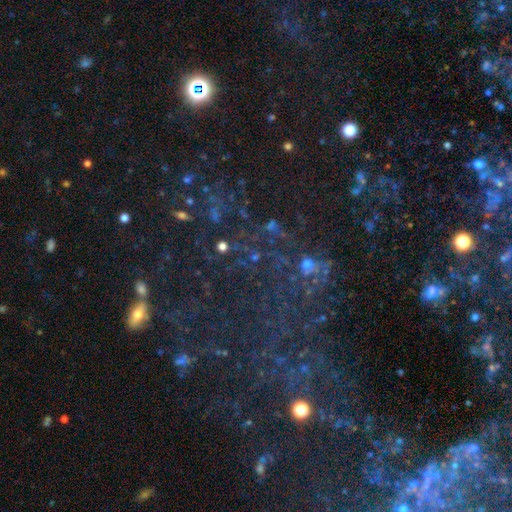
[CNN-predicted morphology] This appears to be a star or artifact, not a galaxy (67%).